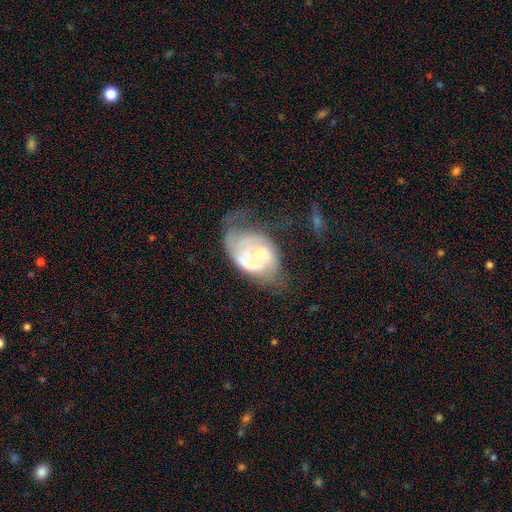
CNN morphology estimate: A featured or disk galaxy (67%) with no bar (79%), spiral arms (53%) and a moderate central bulge (60%). Merging: merger (47%).